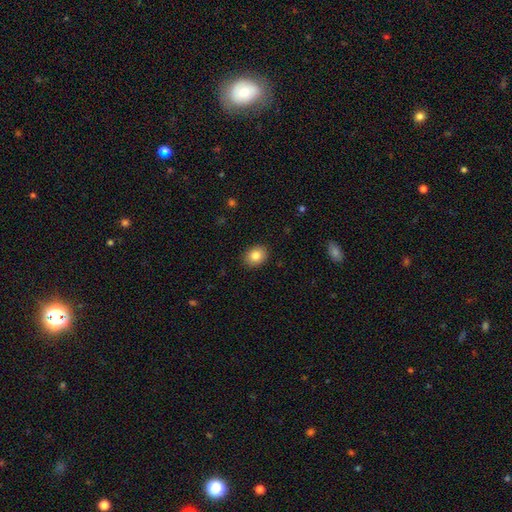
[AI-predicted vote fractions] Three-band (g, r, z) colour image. It shows a smooth galaxy with no disk features (83%) that is in between round and cigar-shaped (54%). Merging: none (90%).